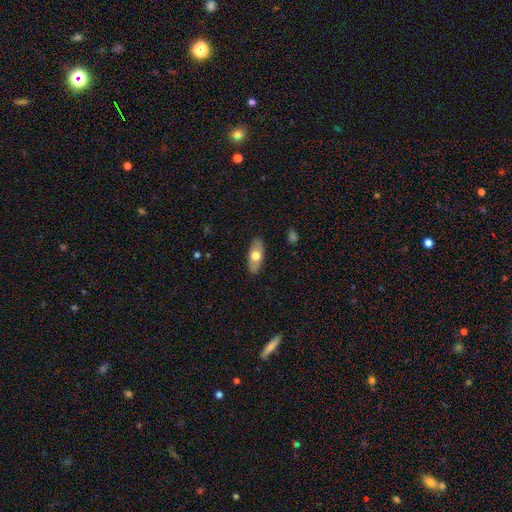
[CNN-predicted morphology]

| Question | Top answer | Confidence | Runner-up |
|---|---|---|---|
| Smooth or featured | smooth | 64% | featured or disk (30%) |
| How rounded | in between | 83% | cigar-shaped (14%) |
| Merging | none | 88% | minor disturbance (9%) |